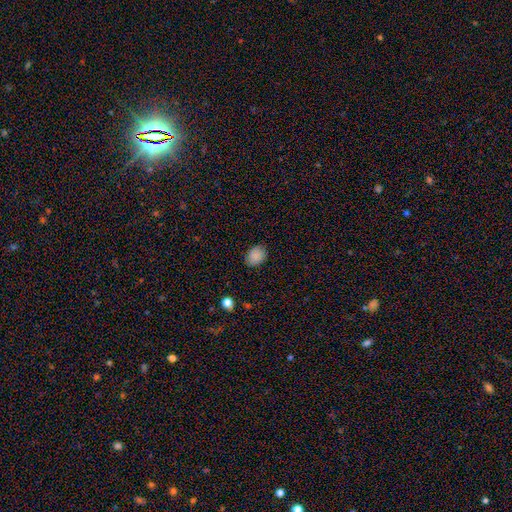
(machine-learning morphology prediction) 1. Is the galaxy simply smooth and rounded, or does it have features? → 86% smooth, 9% star or artifact, 5% featured or disk.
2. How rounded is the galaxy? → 55% in between, 44% round, 1% cigar-shaped.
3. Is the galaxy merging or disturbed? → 85% none, 12% minor disturbance, 3% major disturbance, 1% merger.